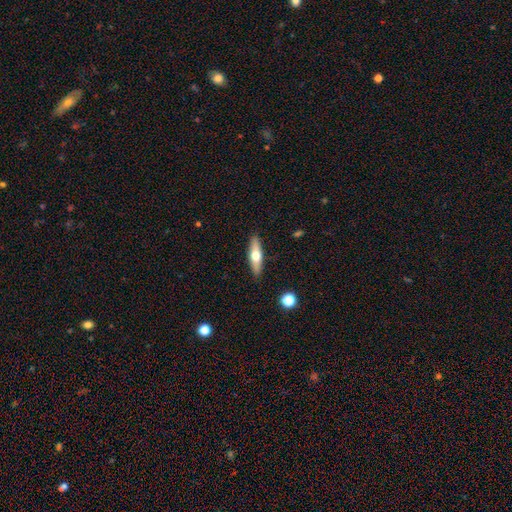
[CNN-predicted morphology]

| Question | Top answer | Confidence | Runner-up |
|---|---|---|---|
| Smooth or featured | smooth | 50% | featured or disk (44%) |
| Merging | none | 89% | minor disturbance (8%) |